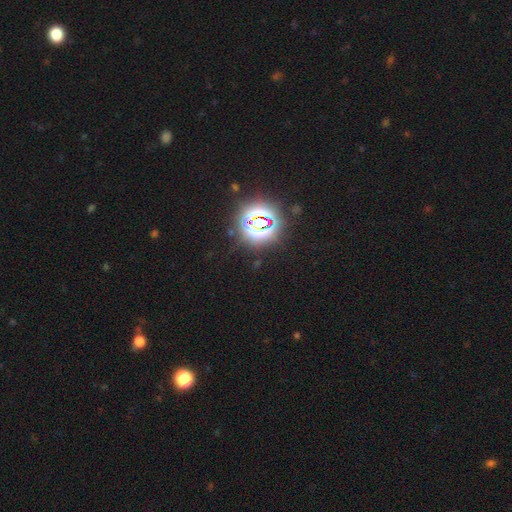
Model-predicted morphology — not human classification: Q: Smooth or featured?
A: star or artifact (82%); runner-up: smooth (12%)